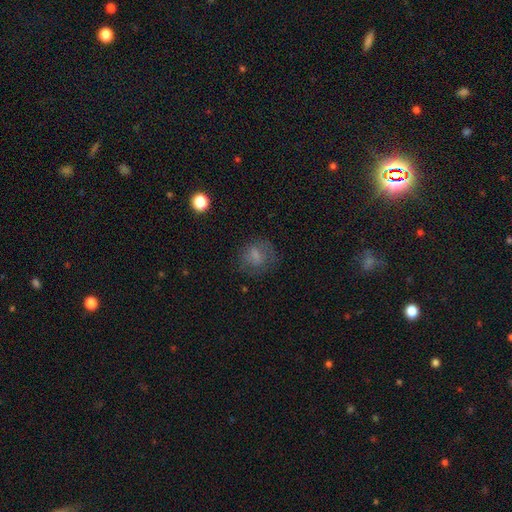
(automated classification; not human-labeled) smooth_or_featured: smooth (p=0.64) [alt: featured or disk p=0.23]
how_rounded: round (p=0.66) [alt: in between p=0.33]
merging: none (p=0.61) [alt: minor disturbance p=0.20]